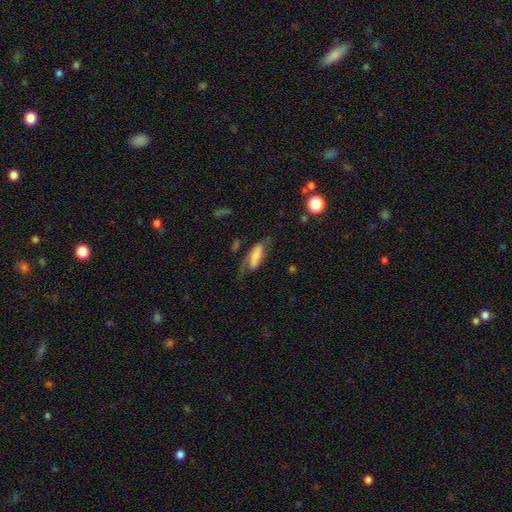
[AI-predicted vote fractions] Smooth or featured?
  - smooth: 47% *
  - featured or disk: 45%
  - star or artifact: 8%
Merging?
  - none: 43% *
  - major disturbance: 30%
  - minor disturbance: 25%
  - merger: 3%